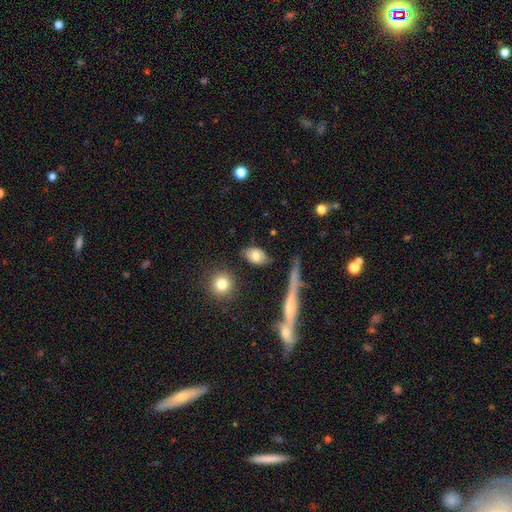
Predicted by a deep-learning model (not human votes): Smooth or featured: smooth — 66% (featured or disk — 25%)
How rounded: in between — 80% (round — 16%)
Merging: none — 74% (minor disturbance — 16%)